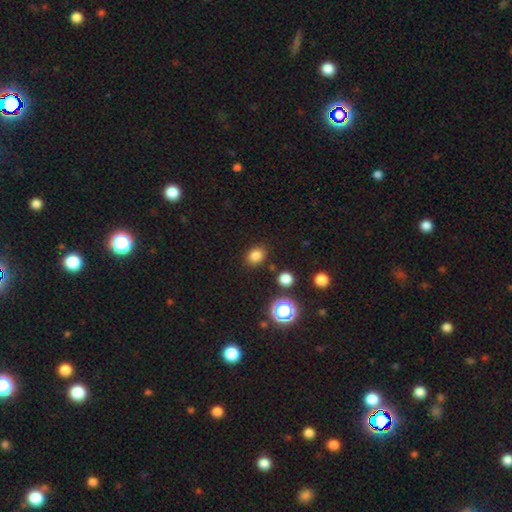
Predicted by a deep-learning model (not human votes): A smooth galaxy with no disk features (81%) that is round (53%).

Vote fractions:
- Smooth or featured? smooth: 81% / star or artifact: 14% / featured or disk: 5%
- How rounded? round: 53% / in between: 46% / cigar-shaped: 1%
- Merging? none: 85% / minor disturbance: 9% / merger: 3% / major disturbance: 3%